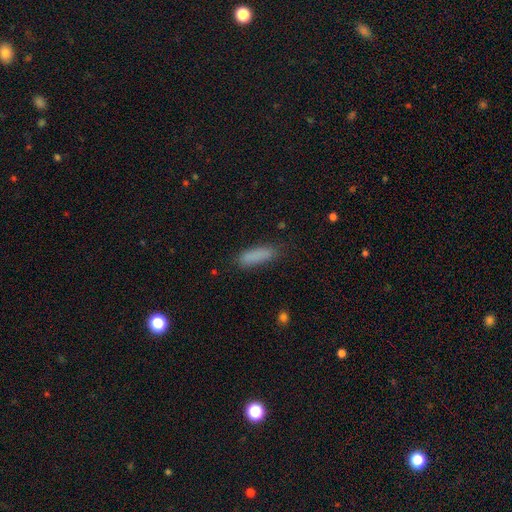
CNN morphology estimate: smooth_or_featured: smooth (p=0.86) [alt: star or artifact p=0.08]
how_rounded: cigar-shaped (p=0.59) [alt: in between p=0.39]
merging: none (p=0.78) [alt: minor disturbance p=0.16]